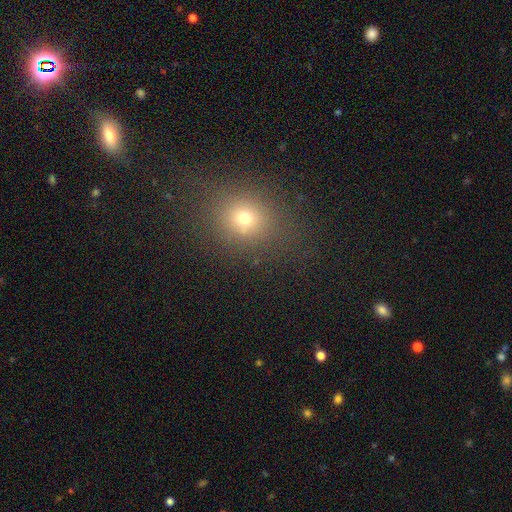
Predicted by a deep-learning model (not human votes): This appears to be a smooth galaxy with no disk features (60%) that is round (60%). Merging: none (86%).